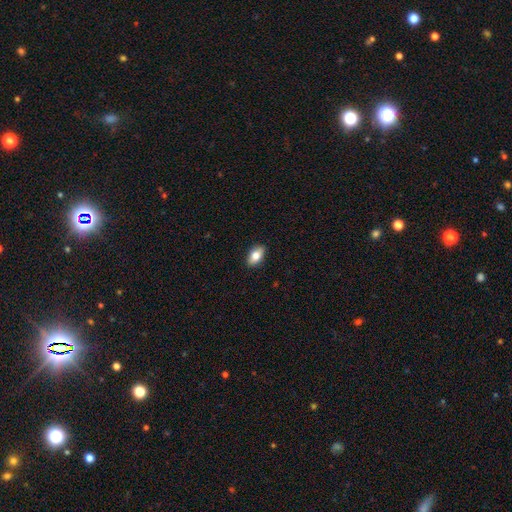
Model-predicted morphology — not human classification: This is likely a smooth galaxy (78%). How rounded: clearly in between (89%). Merging: clearly none (89%).